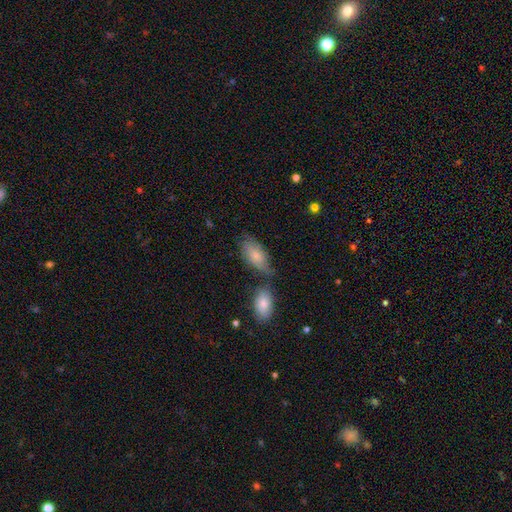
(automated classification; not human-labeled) The model was most divided on "merging": none: 49%, minor disturbance: 24%, merger: 19%, major disturbance: 8%. More confident: how rounded — in between (91%); smooth or featured — smooth (74%).